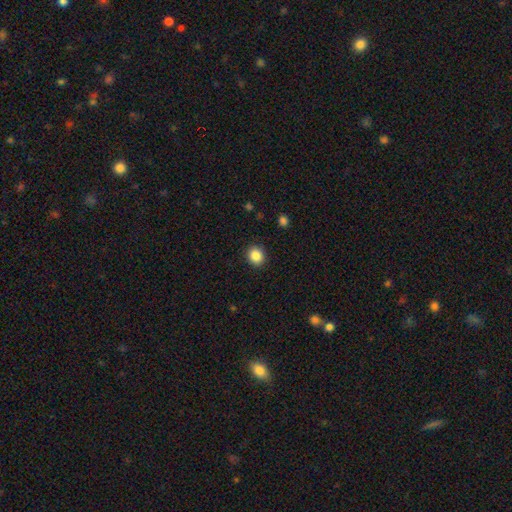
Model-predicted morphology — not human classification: Smooth or featured: smooth — 87% (star or artifact — 10%)
How rounded: round — 77% (in between — 22%)
Merging: none — 91% (minor disturbance — 6%)